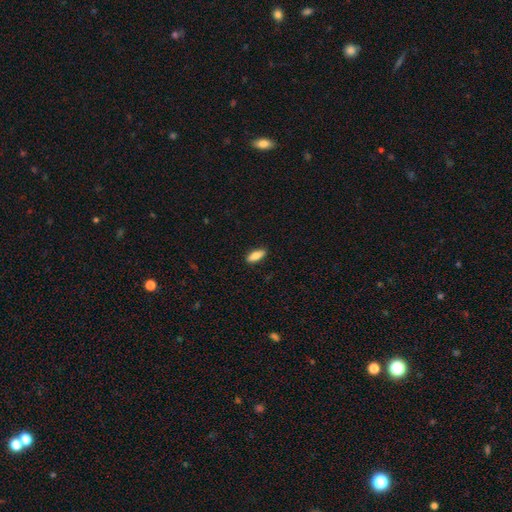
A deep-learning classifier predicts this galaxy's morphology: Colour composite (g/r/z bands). It shows a smooth galaxy with no disk features (80%) that is in between round and cigar-shaped (76%). Merging: none (89%).